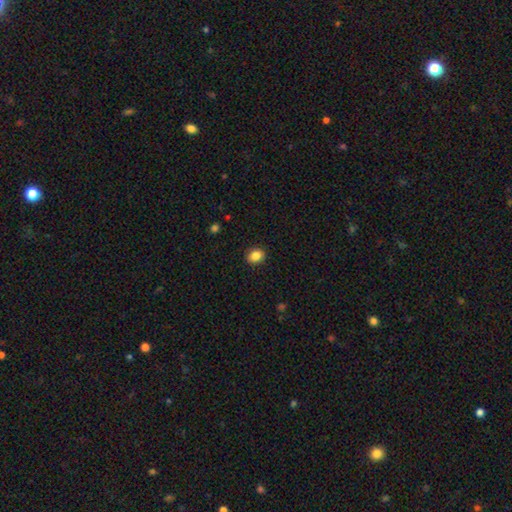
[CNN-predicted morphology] Smooth or featured? smooth (85%)
How rounded? round (52%)
Merging? none (90%)